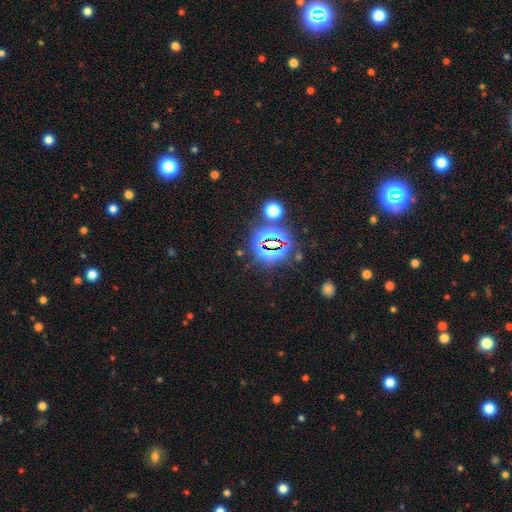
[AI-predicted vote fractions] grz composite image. It shows a star or artifact, not a galaxy (83%).